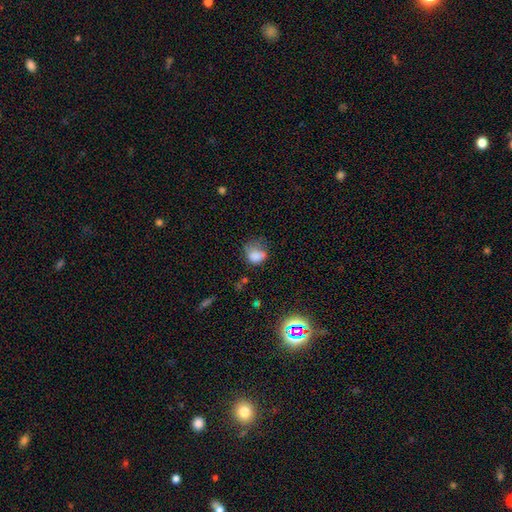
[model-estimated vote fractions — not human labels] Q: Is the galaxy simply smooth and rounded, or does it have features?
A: smooth — 75%.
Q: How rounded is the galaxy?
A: round — 50%.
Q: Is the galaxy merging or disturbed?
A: none — 33%, tied with minor disturbance.